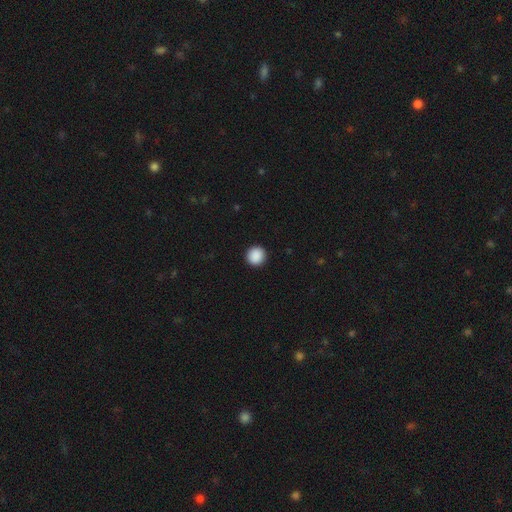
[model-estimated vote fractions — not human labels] Overall: smooth (90%). How rounded: round (95%). Merging: none (93%).